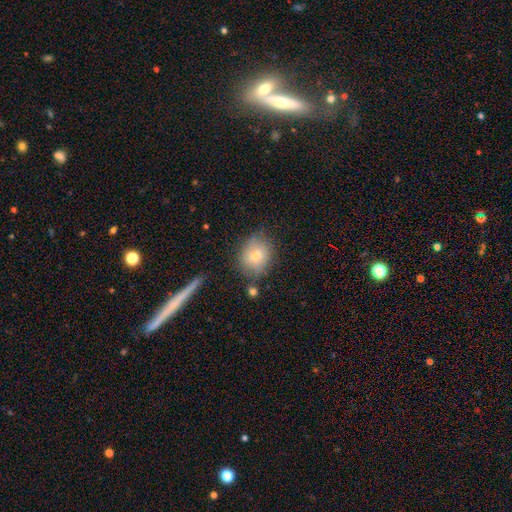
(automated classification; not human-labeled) Overall: smooth (74%). How rounded: round (64%; in between 34%). Merging: none (72%).